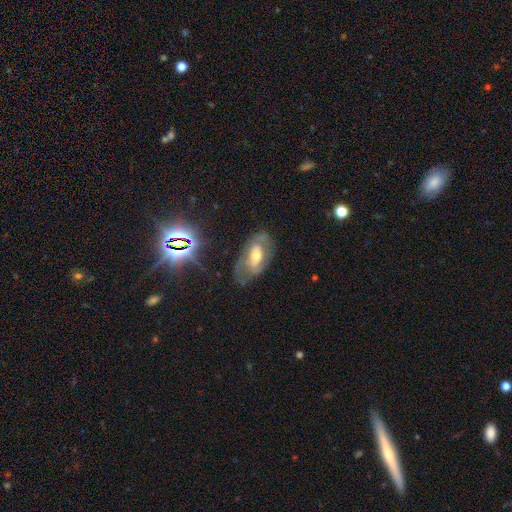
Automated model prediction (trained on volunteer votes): Smooth or featured? featured or disk (61%)
Edge-on disk? no (90%)
Bar? no (45%)
Spiral arms? yes (64%)
Bulge size? moderate (62%)
Merging? none (58%)